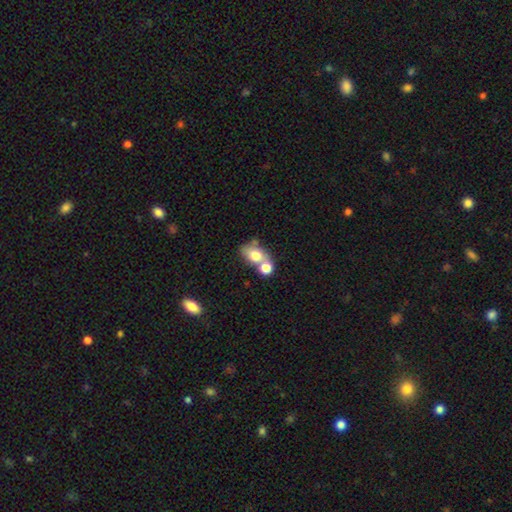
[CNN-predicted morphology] smooth 69%, featured or disk 20%, star or artifact 10%. Down the decision tree: how rounded — in between (71%); merging — merger (45%).